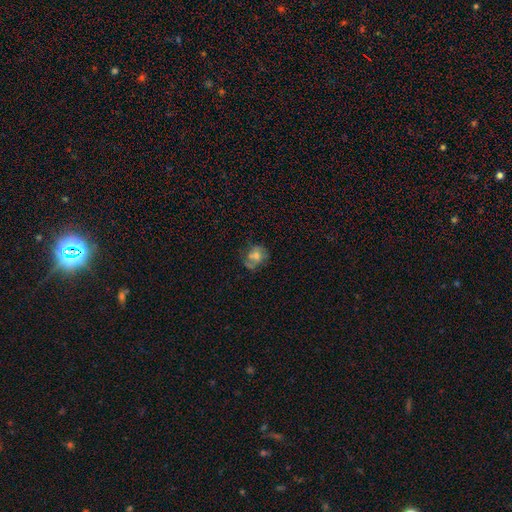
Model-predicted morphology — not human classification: smooth-or-featured: smooth: 45% | featured or disk: 43% | star or artifact: 12%
  merging: none: 48% | minor disturbance: 24% | major disturbance: 19% | merger: 9%